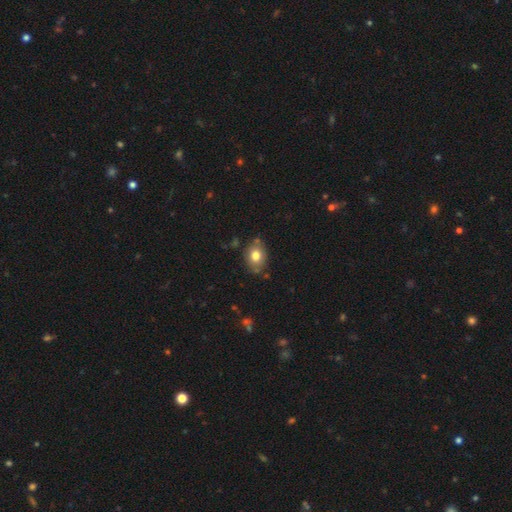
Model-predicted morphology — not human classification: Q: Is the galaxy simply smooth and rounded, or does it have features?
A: smooth — 77%.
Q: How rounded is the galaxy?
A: in between — 59%.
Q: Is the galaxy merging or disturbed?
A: none — 76%.